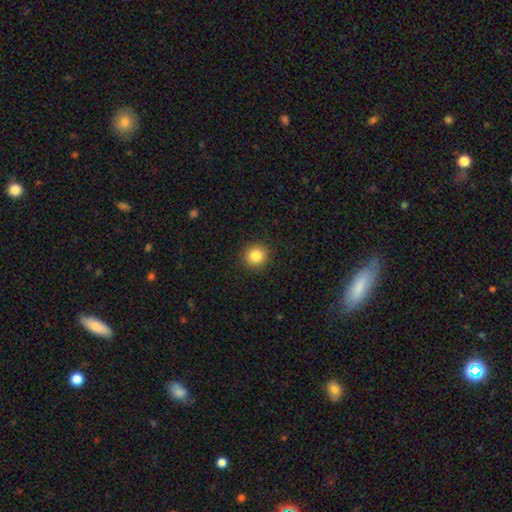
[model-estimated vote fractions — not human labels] smooth 85%, star or artifact 10%, featured or disk 5%. Down the decision tree: how rounded — round (91%); merging — none (91%).